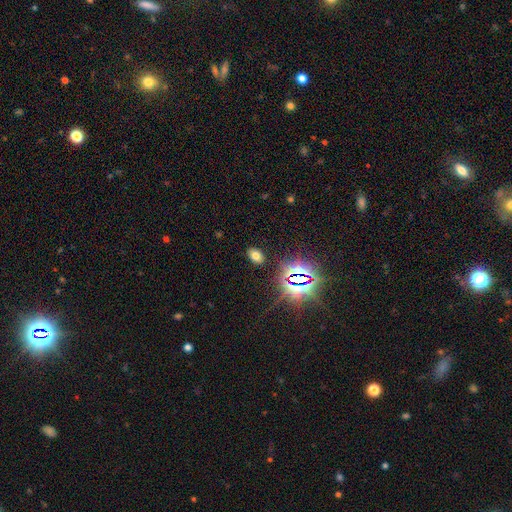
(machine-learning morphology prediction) The model was most divided on "smooth or featured": smooth: 64%, star or artifact: 28%, featured or disk: 9%. More confident: merging — none (88%); how rounded — in between (83%).